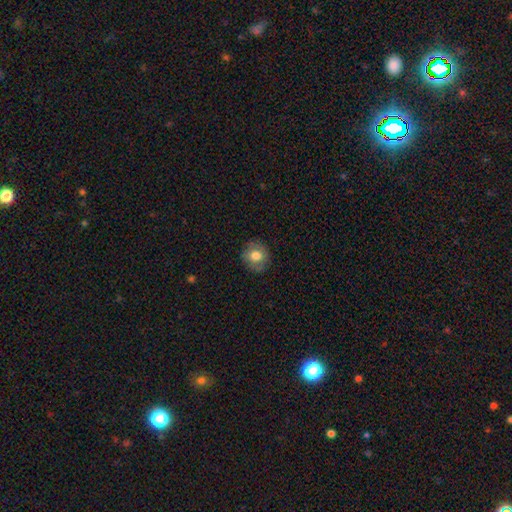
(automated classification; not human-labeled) A smooth galaxy with no disk features (75%) that is round (85%).

Vote fractions:
- Smooth or featured? smooth: 75% / featured or disk: 17% / star or artifact: 9%
- How rounded? round: 85% / in between: 14% / cigar-shaped: 1%
- Merging? none: 84% / minor disturbance: 12% / major disturbance: 3% / merger: 1%